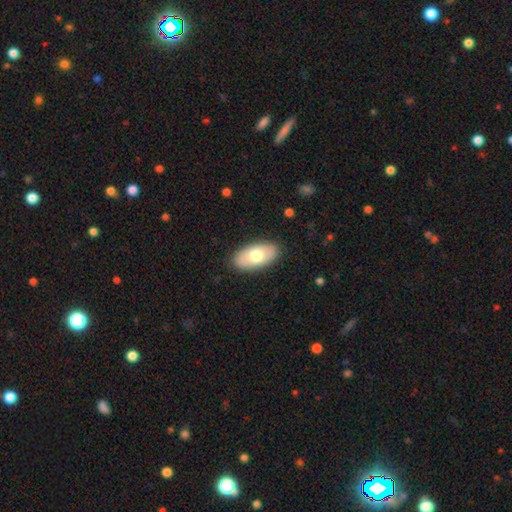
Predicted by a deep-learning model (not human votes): Overall: smooth (67%). How rounded: in between (94%). Merging: none (87%).